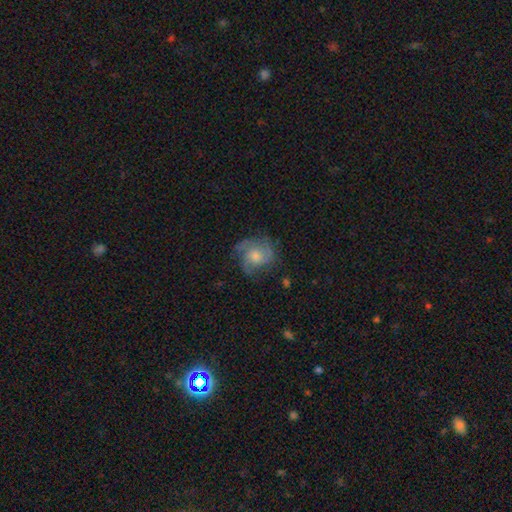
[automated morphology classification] The model was most divided on "spiral winding": medium: 45%, tight: 37%, loose: 18%. Remaining: edge-on disk — no (97%); spiral arms — yes (89%); bar — no (74%); smooth or featured — featured or disk (65%); merging — none (64%); bulge size — moderate (53%); spiral arm count — 3 (37%).